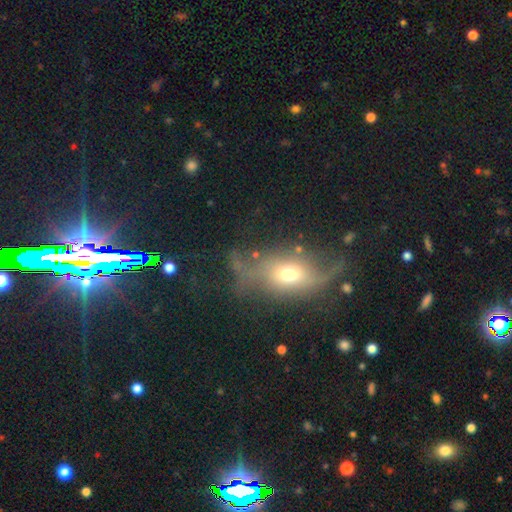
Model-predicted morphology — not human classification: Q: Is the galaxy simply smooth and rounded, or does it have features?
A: featured or disk — 42%.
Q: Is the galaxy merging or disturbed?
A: none — 43%.